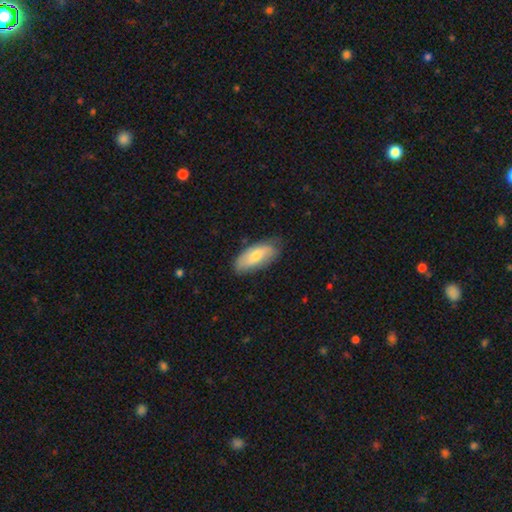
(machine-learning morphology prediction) Smooth or featured? smooth (67%)
How rounded? in between (86%)
Merging? none (69%)